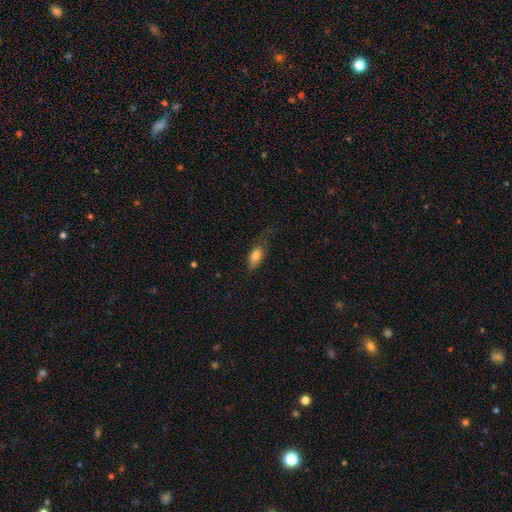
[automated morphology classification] Smooth or featured? Predicted: smooth (p=0.78). How rounded? Predicted: in between (p=0.85). Merging? Predicted: none (p=0.40).